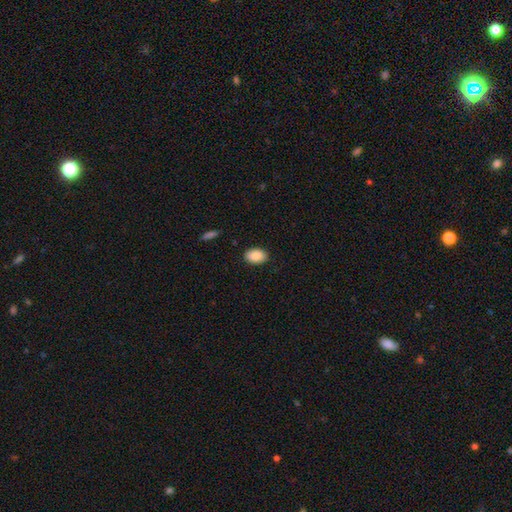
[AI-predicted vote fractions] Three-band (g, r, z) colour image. It shows a smooth galaxy with no disk features (89%) that is in between round and cigar-shaped (89%). Merging: none (89%).